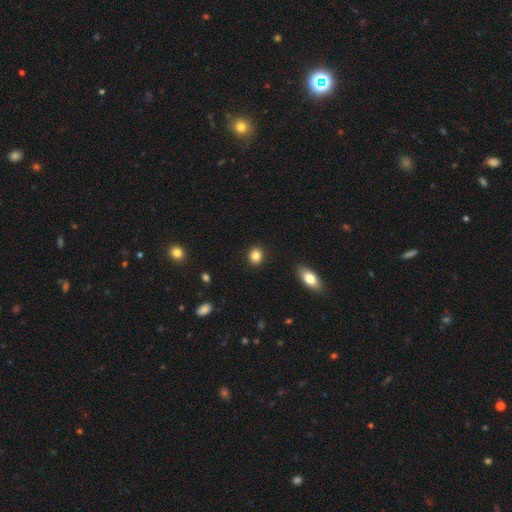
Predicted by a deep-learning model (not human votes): smooth-or-featured: smooth: 85% | star or artifact: 10% | featured or disk: 5%
  how-rounded: round: 76% | in between: 23% | cigar-shaped: 1%
  merging: none: 91% | minor disturbance: 6% | major disturbance: 2% | merger: 1%